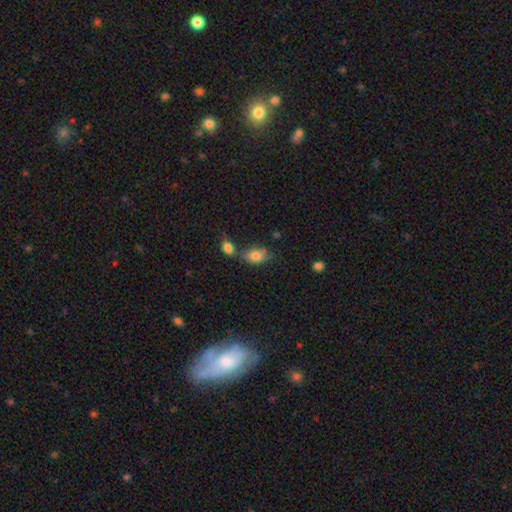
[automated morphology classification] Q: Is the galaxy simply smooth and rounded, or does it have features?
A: smooth — 79%.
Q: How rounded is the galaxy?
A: in between — 84%.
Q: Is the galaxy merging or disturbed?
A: none — 48%.